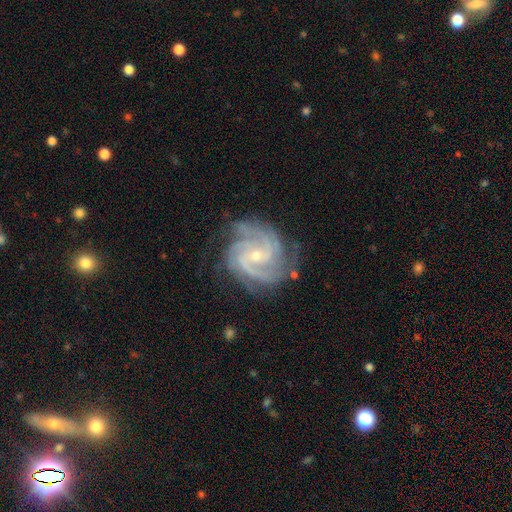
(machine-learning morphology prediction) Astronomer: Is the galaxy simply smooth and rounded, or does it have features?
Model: featured or disk — 93%.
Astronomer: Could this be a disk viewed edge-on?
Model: no — 98%.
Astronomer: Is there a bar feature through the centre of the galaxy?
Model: no — 56% (runner-up: weak, 32%).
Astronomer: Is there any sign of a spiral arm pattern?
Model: yes — 99%.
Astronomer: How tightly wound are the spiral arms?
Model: tight — 66%.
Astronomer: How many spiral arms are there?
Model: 3 — 36% (runner-up: 4, 25%).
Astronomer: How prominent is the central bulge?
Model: small — 75%.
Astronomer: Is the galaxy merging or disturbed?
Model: none — 77%.